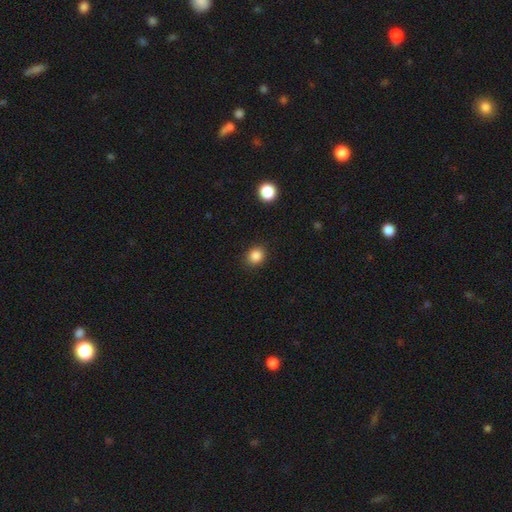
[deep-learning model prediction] Morphology: type=smooth (86%); roundness=round (71%); merging=none (89%).